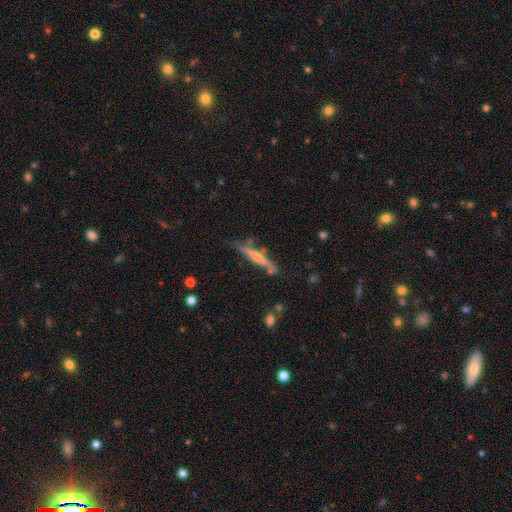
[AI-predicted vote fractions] Q: Smooth or featured?
A: featured or disk (64%); runner-up: smooth (29%)
Q: Edge-on disk?
A: yes (96%); runner-up: no (4%)
Q: Edge-on bulge?
A: rounded (66%); runner-up: none (24%)
Q: Merging?
A: none (77%); runner-up: minor disturbance (16%)